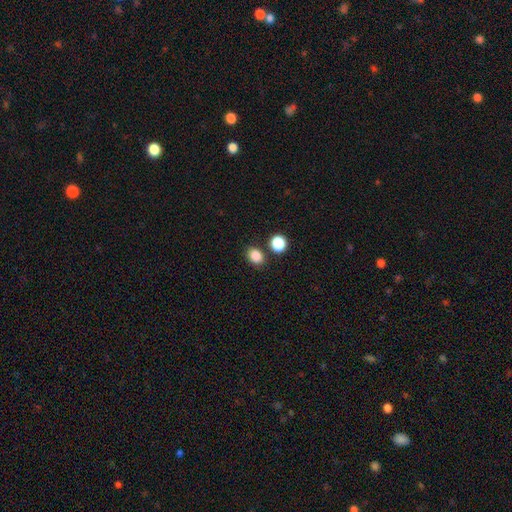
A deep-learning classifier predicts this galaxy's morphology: smooth 84%, star or artifact 11%, featured or disk 4%. Down the decision tree: how rounded — in between (54%); merging — none (79%).